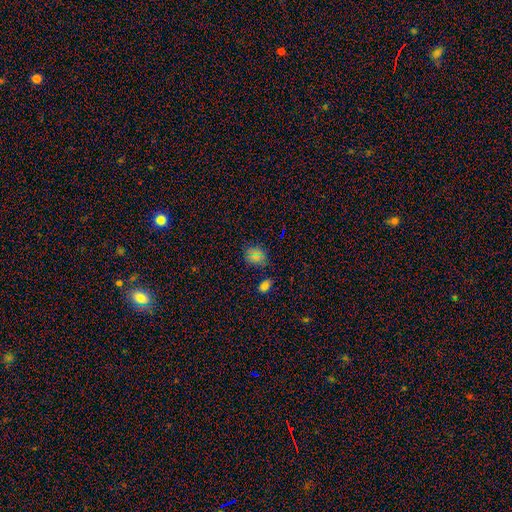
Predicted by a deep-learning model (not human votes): Smooth or featured: smooth — 70% (star or artifact — 23%)
How rounded: round — 50% (in between — 48%)
Merging: none — 75% (minor disturbance — 16%)